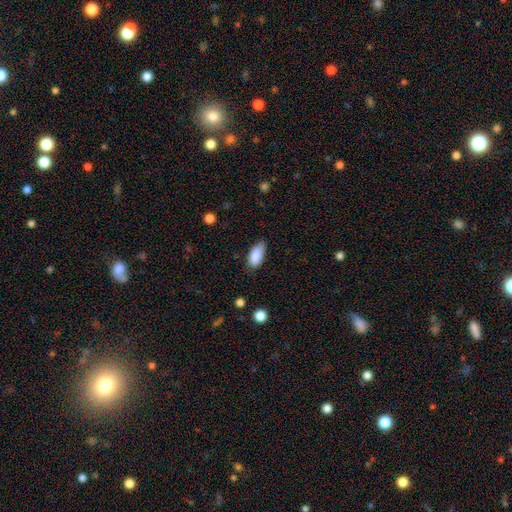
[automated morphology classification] A smooth galaxy with no disk features (87%) that is in between round and cigar-shaped (90%).

Vote fractions:
- Smooth or featured? smooth: 87% / star or artifact: 7% / featured or disk: 6%
- How rounded? in between: 90% / cigar-shaped: 8% / round: 2%
- Merging? none: 68% / minor disturbance: 26% / major disturbance: 4% / merger: 1%